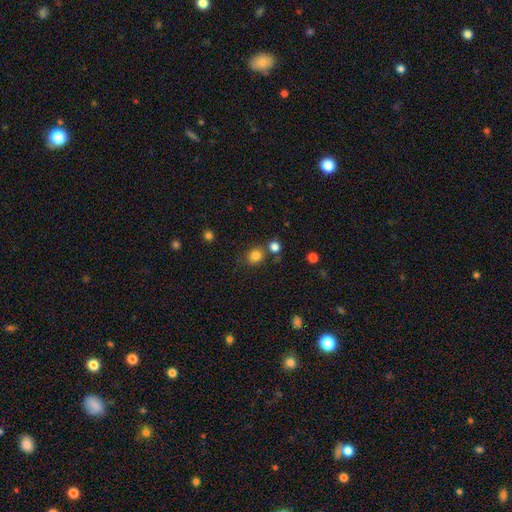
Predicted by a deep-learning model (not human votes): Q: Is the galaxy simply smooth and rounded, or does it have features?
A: smooth — 82%.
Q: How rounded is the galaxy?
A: round — 80%.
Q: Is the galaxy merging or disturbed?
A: none — 74%.